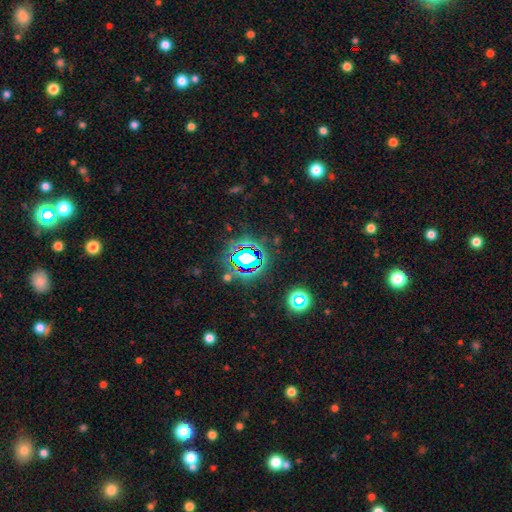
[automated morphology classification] A star or artifact, not a galaxy (74%).